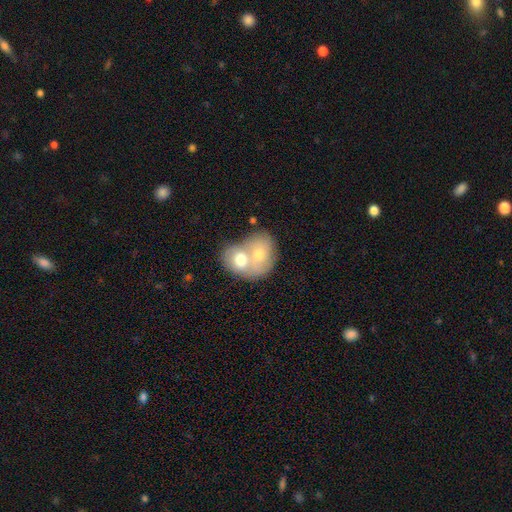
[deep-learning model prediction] Smooth or featured? smooth (61%)
How rounded? in between (54%)
Merging? merger (76%)